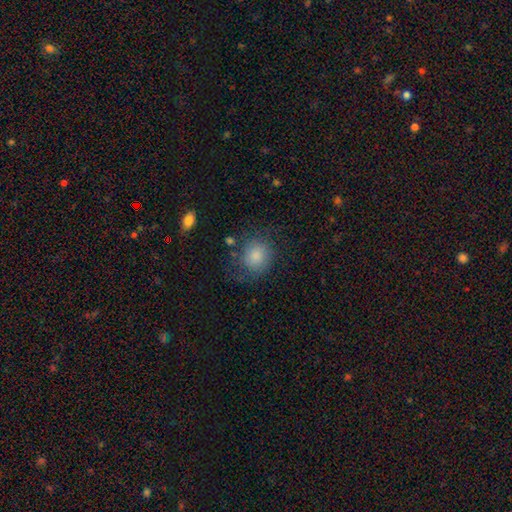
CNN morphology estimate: Smooth or featured: smooth — 80% (featured or disk — 12%)
How rounded: round — 73% (in between — 26%)
Merging: none — 64% (minor disturbance — 21%)